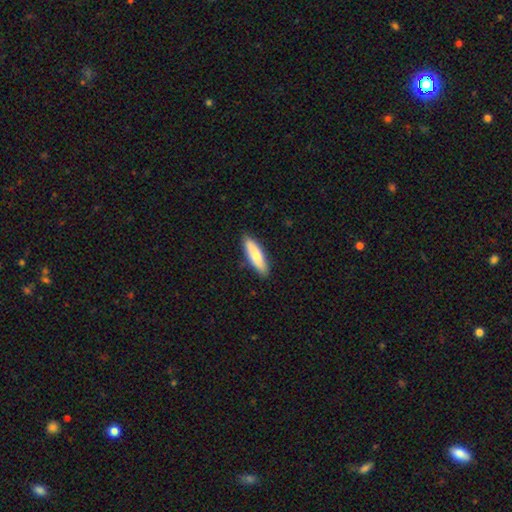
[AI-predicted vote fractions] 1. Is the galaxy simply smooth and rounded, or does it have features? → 68% smooth, 27% featured or disk, 5% star or artifact.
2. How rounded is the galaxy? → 61% cigar-shaped, 37% in between, 2% round.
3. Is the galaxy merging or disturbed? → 89% none, 9% minor disturbance, 2% major disturbance, 1% merger.